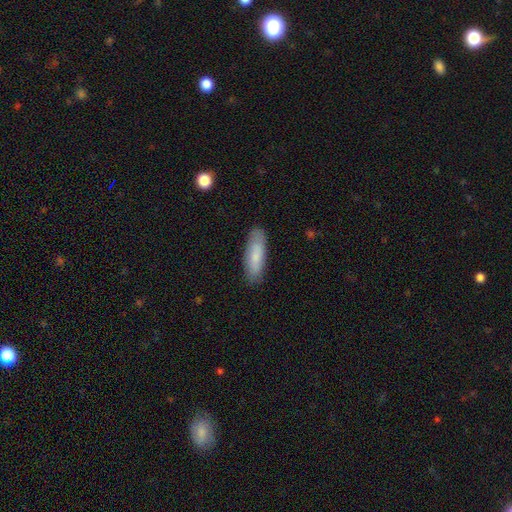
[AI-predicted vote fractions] Morphology: type=smooth (80%); roundness=in between (54%); merging=none (85%).